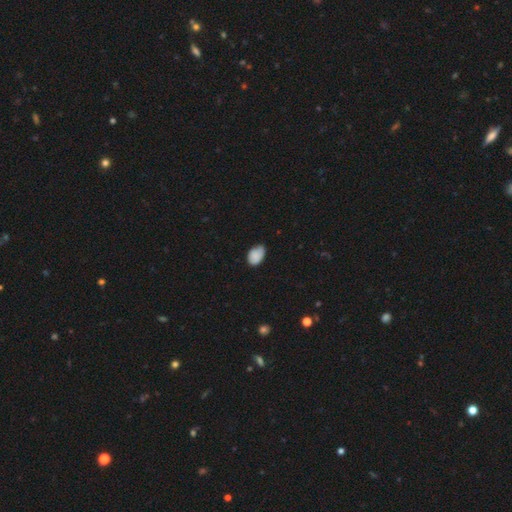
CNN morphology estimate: Smooth or featured?
  - smooth: 85% *
  - star or artifact: 8%
  - featured or disk: 7%
How rounded?
  - in between: 85% *
  - round: 14%
  - cigar-shaped: 1%
Merging?
  - none: 53% *
  - minor disturbance: 40%
  - major disturbance: 6%
  - merger: 2%